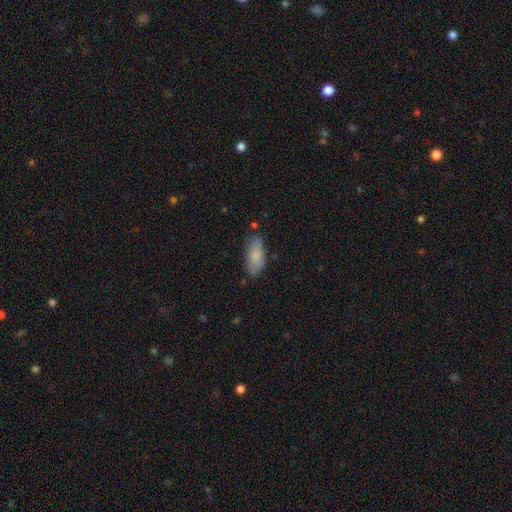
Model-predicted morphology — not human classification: smooth-or-featured: smooth: 80% | featured or disk: 14% | star or artifact: 6%
  how-rounded: in between: 82% | cigar-shaped: 16% | round: 2%
  merging: none: 73% | minor disturbance: 20% | major disturbance: 4% | merger: 3%